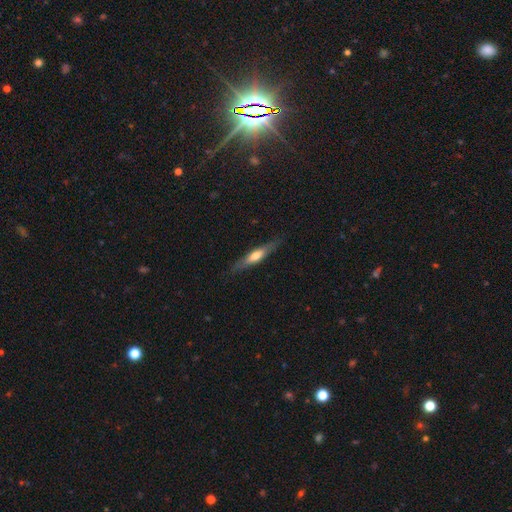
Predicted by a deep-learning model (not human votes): smooth_or_featured: smooth (p=0.47) [tied with: featured or disk p=0.47]
merging: none (p=0.85) [alt: minor disturbance p=0.11]